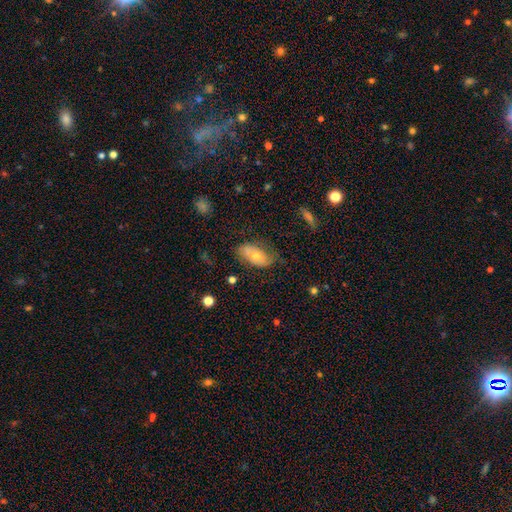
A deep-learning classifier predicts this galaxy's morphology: smooth_or_featured: smooth (p=0.56) [alt: featured or disk p=0.36]
how_rounded: in between (p=0.91) [alt: round p=0.05]
merging: none (p=0.56) [alt: minor disturbance p=0.28]